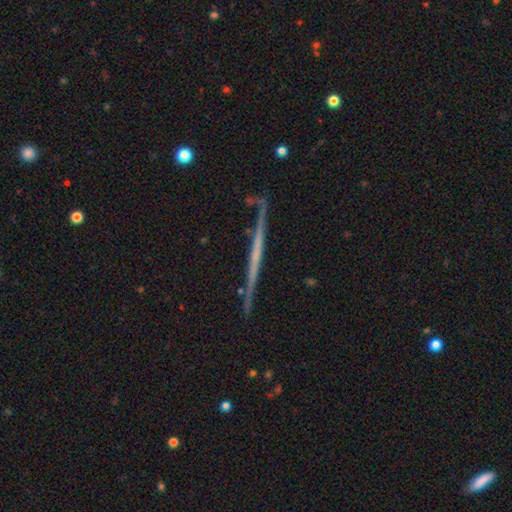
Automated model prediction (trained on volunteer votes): smooth_or_featured: featured or disk (p=0.71) [alt: smooth p=0.22]
disk_edge_on: yes (p=0.96) [alt: no p=0.04]
edge_on_bulge: none (p=0.85) [alt: rounded p=0.09]
merging: none (p=0.82) [alt: minor disturbance p=0.12]